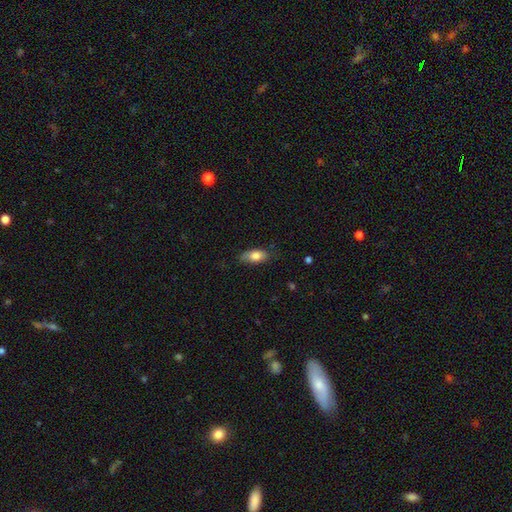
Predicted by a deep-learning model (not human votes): The model was most divided on "merging": none: 77%, minor disturbance: 19%, major disturbance: 3%, merger: 1%. More confident: how rounded — in between (87%); smooth or featured — smooth (79%).